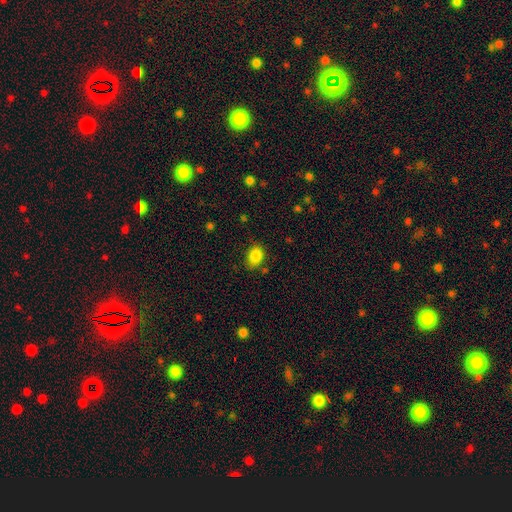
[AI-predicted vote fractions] Overall: smooth (86%). How rounded: in between (76%). Merging: none (76%).